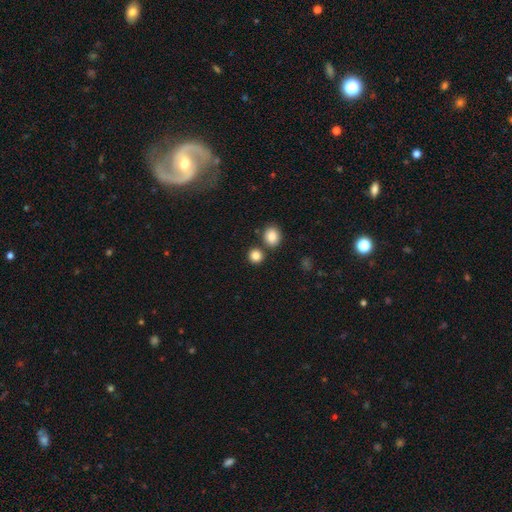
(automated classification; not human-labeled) smooth 84%, star or artifact 11%, featured or disk 5%. Down the decision tree: how rounded — round (86%); merging — none (77%).